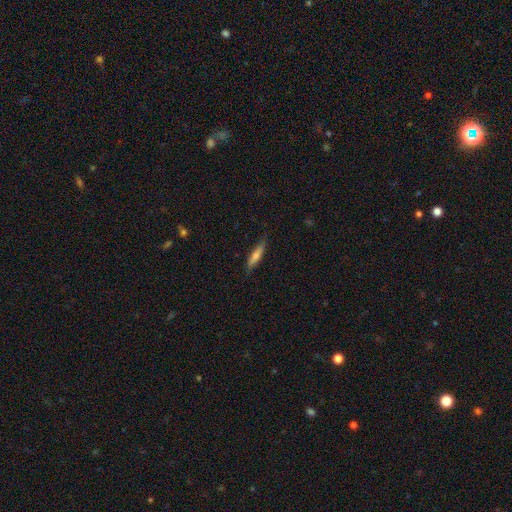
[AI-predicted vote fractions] Smooth or featured? smooth (59%)
How rounded? cigar-shaped (87%)
Merging? none (82%)